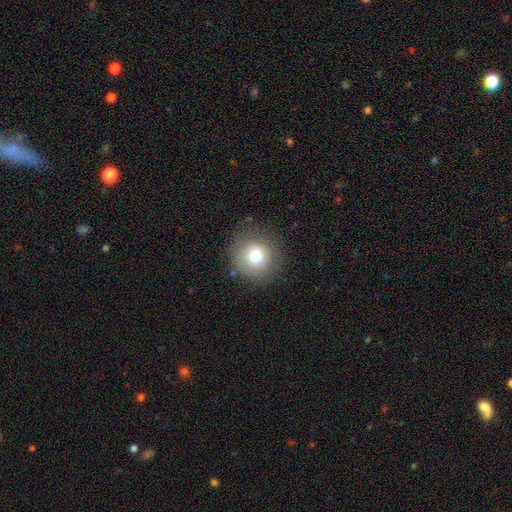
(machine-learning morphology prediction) Q: Smooth or featured?
A: smooth (76%); runner-up: featured or disk (12%)
Q: How rounded?
A: round (93%); runner-up: in between (6%)
Q: Merging?
A: none (83%); runner-up: minor disturbance (11%)